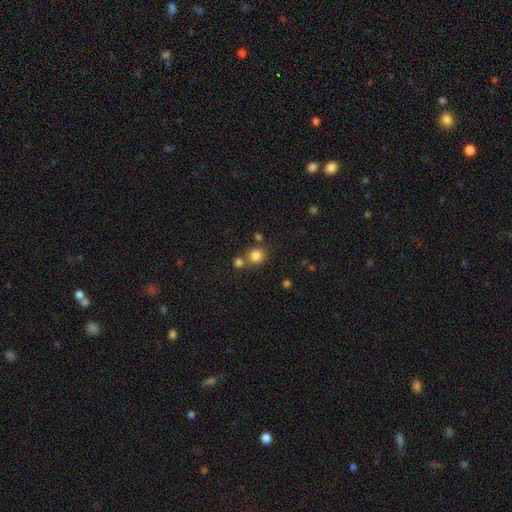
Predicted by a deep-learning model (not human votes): Smooth or featured: smooth — 82% (star or artifact — 12%)
How rounded: round — 87% (in between — 12%)
Merging: none — 65% (merger — 23%)